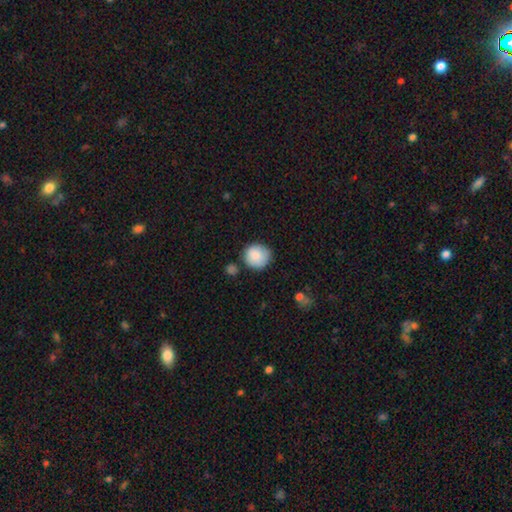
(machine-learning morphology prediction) Smooth or featured?
  - smooth: 85% *
  - featured or disk: 7%
  - star or artifact: 7%
How rounded?
  - round: 88% *
  - in between: 11%
  - cigar-shaped: 1%
Merging?
  - none: 72% *
  - minor disturbance: 18%
  - merger: 6%
  - major disturbance: 4%